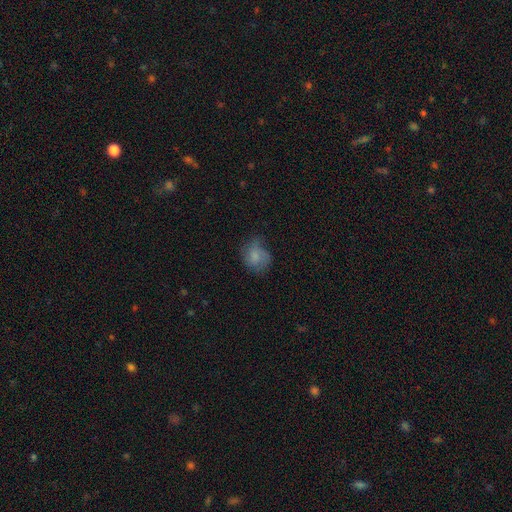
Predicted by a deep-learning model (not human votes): Smooth or featured? smooth (70%)
How rounded? round (58%)
Merging? none (48%)